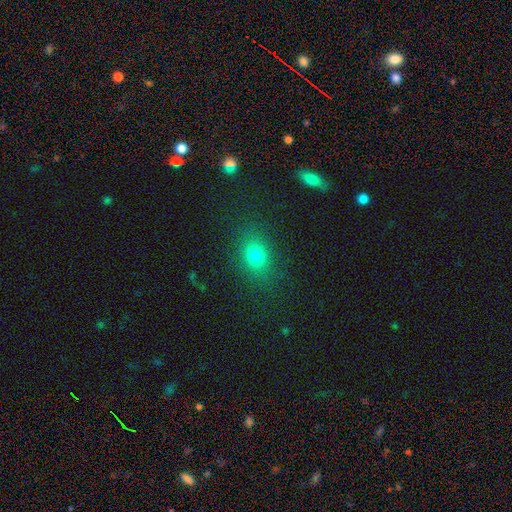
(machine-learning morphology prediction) Smooth or featured? smooth (76%)
How rounded? in between (57%)
Merging? none (83%)